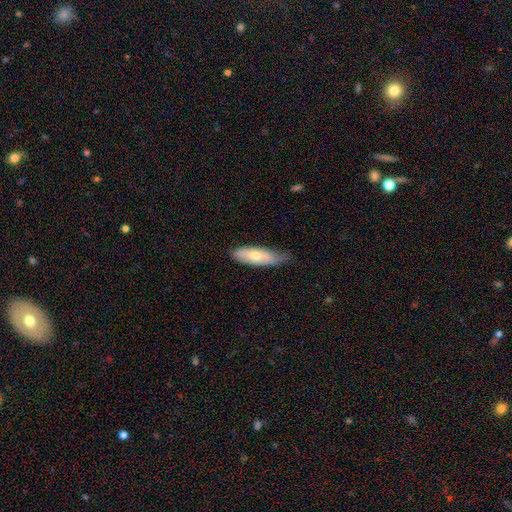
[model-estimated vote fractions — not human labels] Smooth or featured: smooth — 66% (featured or disk — 28%)
How rounded: in between — 55% (cigar-shaped — 43%)
Merging: none — 56% (minor disturbance — 36%)